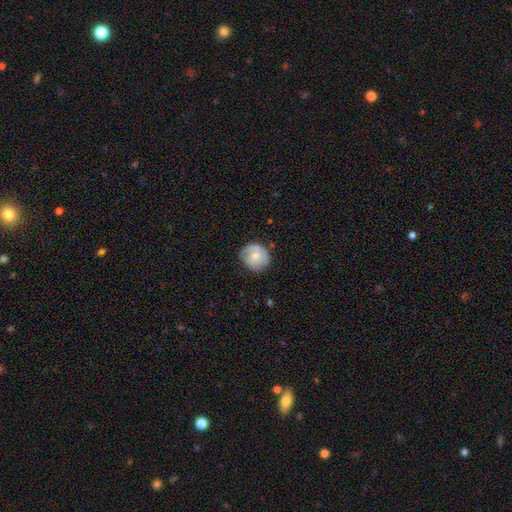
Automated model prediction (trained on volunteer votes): Overall: smooth (57%; featured or disk 36%). How rounded: round (86%). Merging: none (71%).